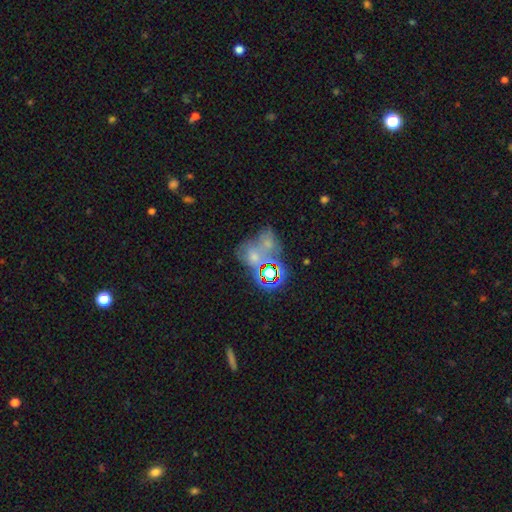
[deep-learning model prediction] smooth-or-featured: smooth: 42% | star or artifact: 39% | featured or disk: 19%
  merging: merger: 50% | none: 28% | minor disturbance: 11% | major disturbance: 11%